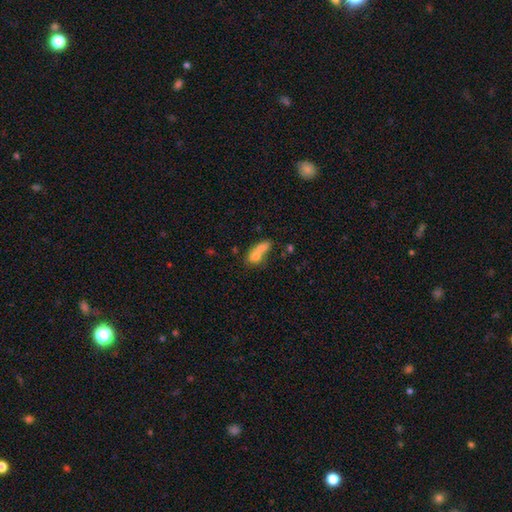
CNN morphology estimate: type=smooth (71%); roundness=in between (56%); merging=merger (67%).